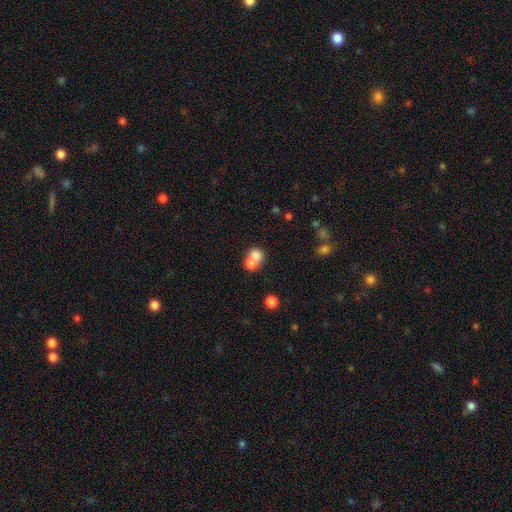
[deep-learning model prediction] The model was most divided on "how rounded": round: 67%, in between: 32%, cigar-shaped: 1%. More confident: smooth or featured — smooth (74%); merging — merger (67%).